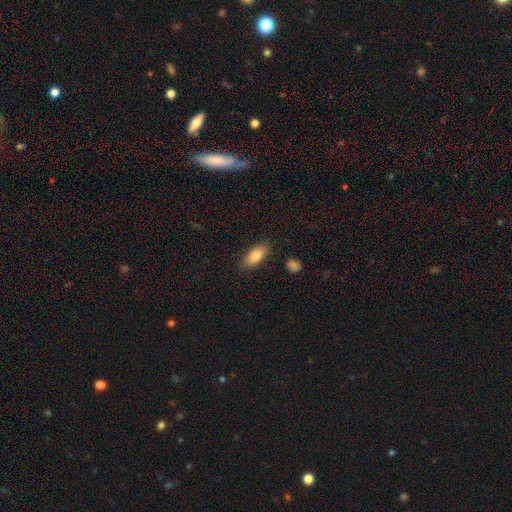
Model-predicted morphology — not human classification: A smooth galaxy with no disk features (83%) that is in between round and cigar-shaped (84%). Merging: none (85%).